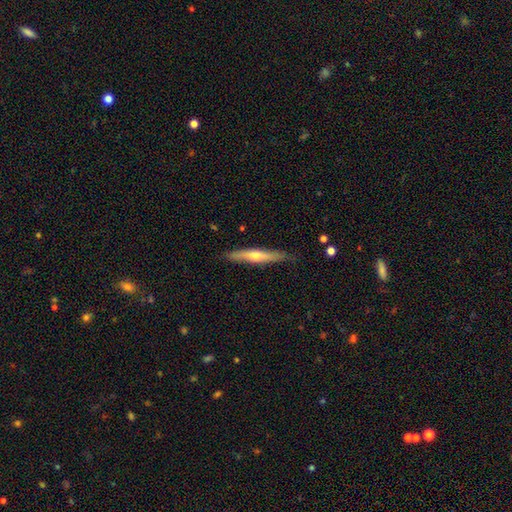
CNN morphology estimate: A featured or disk galaxy (55%) viewed edge-on (92%) with a rounded central bulge (83%). Merging: none (86%).